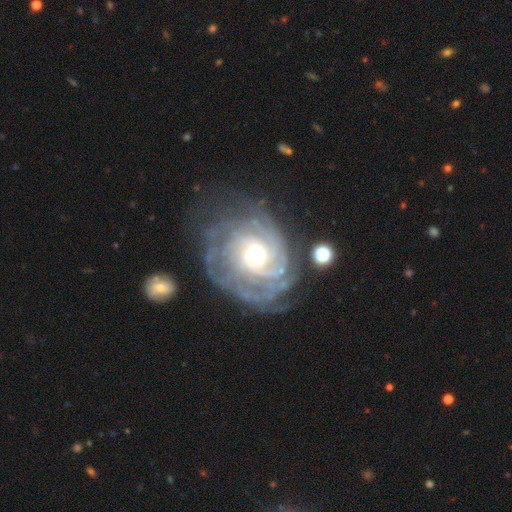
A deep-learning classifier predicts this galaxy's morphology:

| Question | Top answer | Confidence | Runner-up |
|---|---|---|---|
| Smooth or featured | featured or disk | 89% | smooth (6%) |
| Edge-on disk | no | 97% | yes (3%) |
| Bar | no | 70% | weak (23%) |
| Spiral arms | yes | 96% | no (4%) |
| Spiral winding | tight | 74% | medium (21%) |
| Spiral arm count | can't tell | 34% | 3 (17%) |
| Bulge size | moderate | 63% | small (26%) |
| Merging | none | 65% | minor disturbance (19%) |